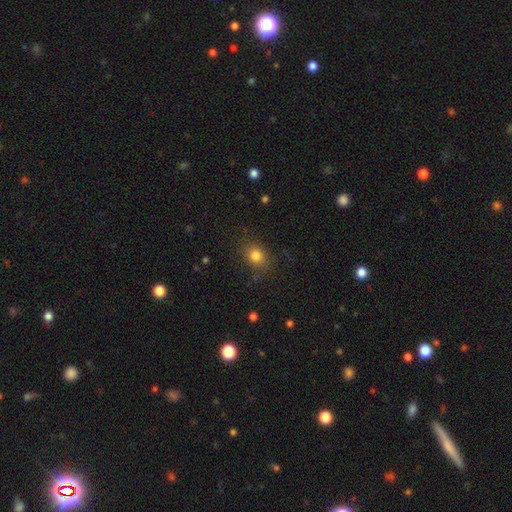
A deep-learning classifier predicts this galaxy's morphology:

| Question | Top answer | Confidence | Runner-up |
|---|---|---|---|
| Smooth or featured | smooth | 79% | star or artifact (13%) |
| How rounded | round | 64% | in between (35%) |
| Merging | none | 77% | minor disturbance (16%) |